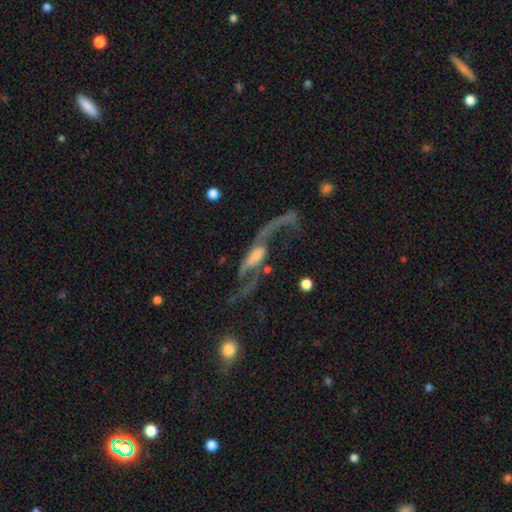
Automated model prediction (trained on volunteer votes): Smooth or featured? Predicted: featured or disk (p=0.86). Edge-on disk? Predicted: no (p=0.89). Bar? Predicted: weak (p=0.38). Spiral arms? Predicted: yes (p=0.93). Spiral winding? Predicted: loose (p=0.81). Spiral arm count? Predicted: 2 (p=0.90). Bulge size? Predicted: moderate (p=0.37). Merging? Predicted: none (p=0.52).